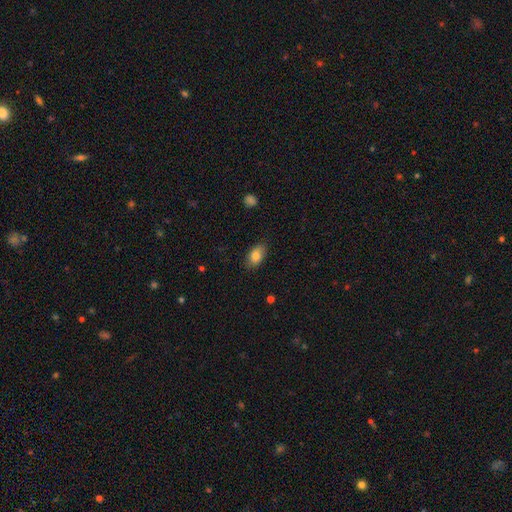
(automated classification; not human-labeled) smooth_or_featured: smooth (p=0.82) [alt: featured or disk p=0.10]
how_rounded: in between (p=0.89) [alt: round p=0.08]
merging: none (p=0.83) [alt: minor disturbance p=0.13]